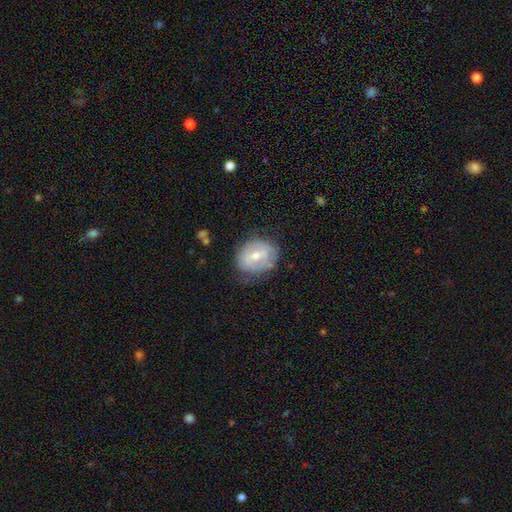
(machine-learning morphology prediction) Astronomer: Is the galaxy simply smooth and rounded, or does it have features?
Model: featured or disk — 53% (runner-up: smooth, 40%).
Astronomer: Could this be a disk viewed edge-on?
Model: no — 96%.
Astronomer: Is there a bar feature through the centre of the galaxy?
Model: weak — 44% (runner-up: no, 39%).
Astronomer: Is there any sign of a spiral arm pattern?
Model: no — 55% (runner-up: yes, 45%).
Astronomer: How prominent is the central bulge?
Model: moderate — 57% (runner-up: small, 39%).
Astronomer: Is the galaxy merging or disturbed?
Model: none — 65%.